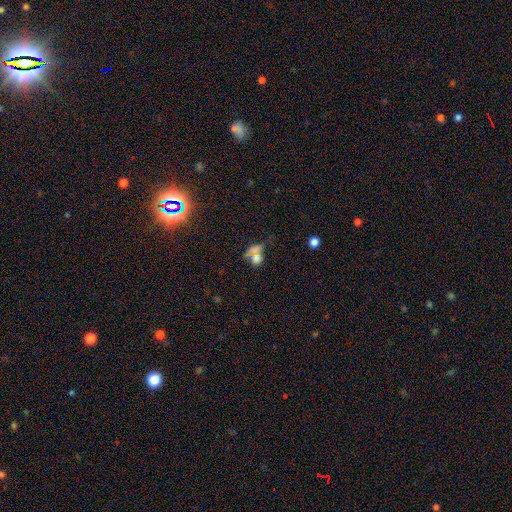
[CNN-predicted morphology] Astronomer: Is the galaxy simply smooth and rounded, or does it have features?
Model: smooth — 69%.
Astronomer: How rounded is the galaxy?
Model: in between — 48% (runner-up: round, 47%).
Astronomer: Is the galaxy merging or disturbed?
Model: merger — 45% (runner-up: none, 30%).